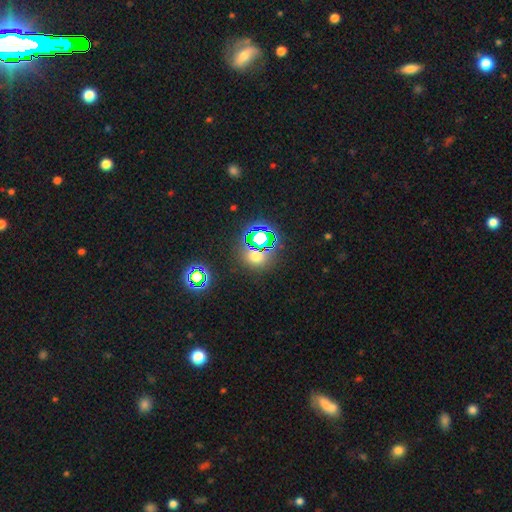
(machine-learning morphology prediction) This is possibly a star or artifact rather than a galaxy (49%).